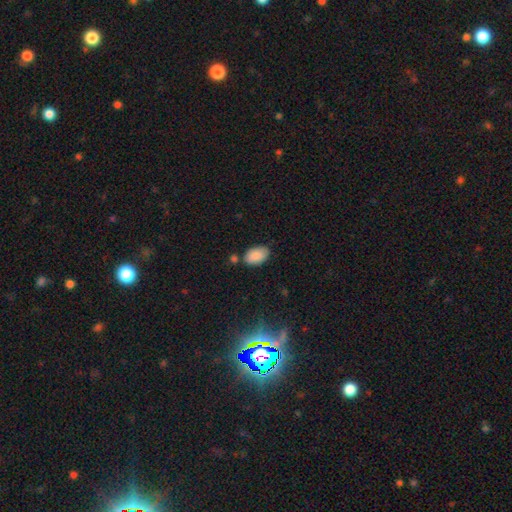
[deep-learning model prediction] Q: Smooth or featured?
A: smooth (88%); runner-up: star or artifact (7%)
Q: How rounded?
A: in between (92%); runner-up: round (7%)
Q: Merging?
A: none (73%); runner-up: minor disturbance (17%)